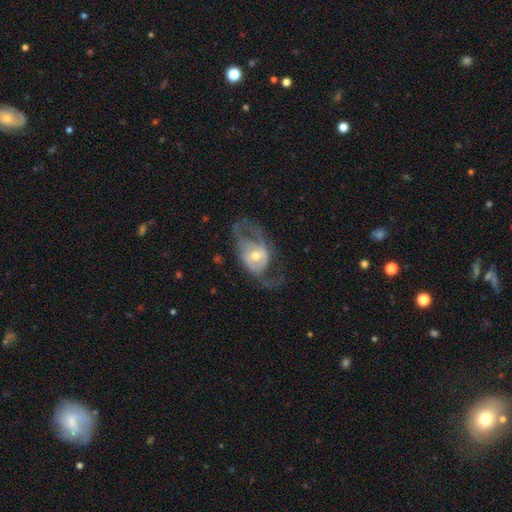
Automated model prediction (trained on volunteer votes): Overall: featured or disk (71%). Edge-on disk: no (95%). Bar: no (60%; weak 30%). Spiral arms: yes (67%; no 33%). Bulge size: moderate (64%; small 27%). Merging: major disturbance (40%; none 39%).